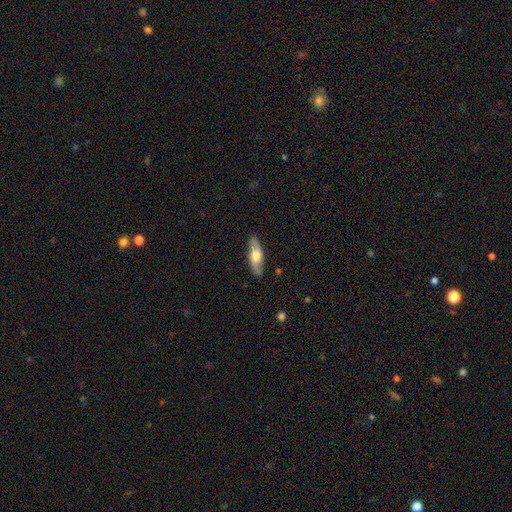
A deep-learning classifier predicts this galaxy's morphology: Smooth or featured? Predicted: smooth (p=0.49). Merging? Predicted: none (p=0.86).